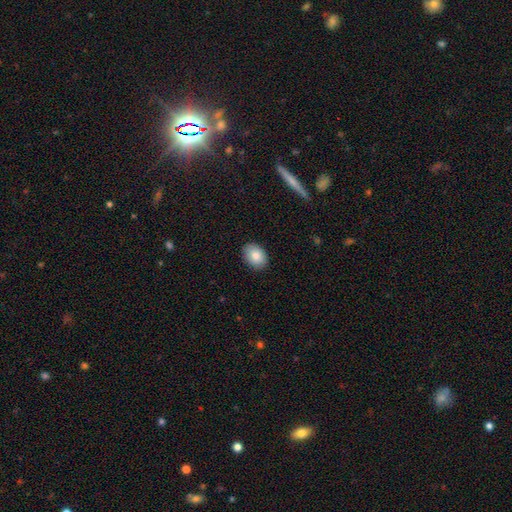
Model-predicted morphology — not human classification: Overall: smooth (84%). How rounded: in between (69%; round 30%). Merging: none (88%).